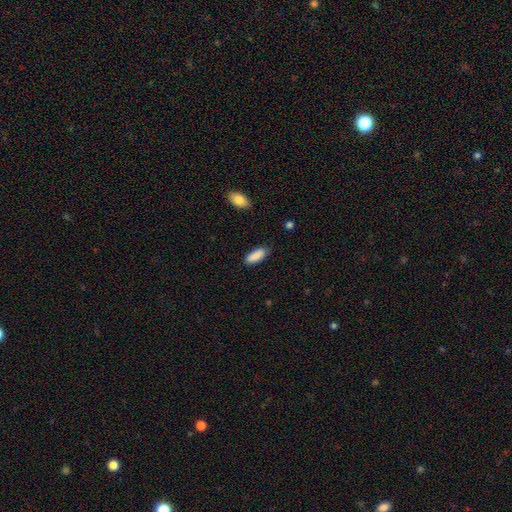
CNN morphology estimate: Overall: smooth (89%). How rounded: in between (74%). Merging: none (80%).